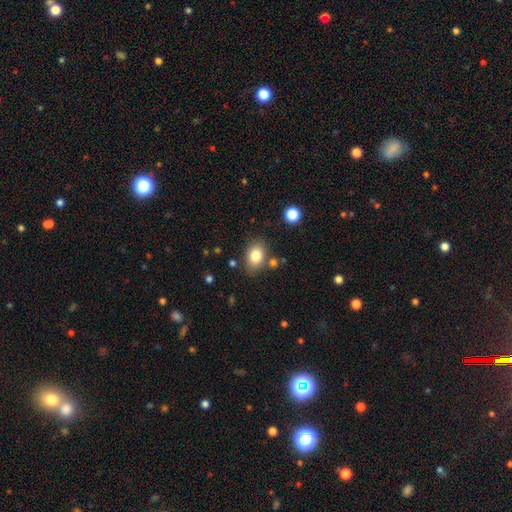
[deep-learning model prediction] Morphology: type=smooth (83%); roundness=in between (76%); merging=none (77%).